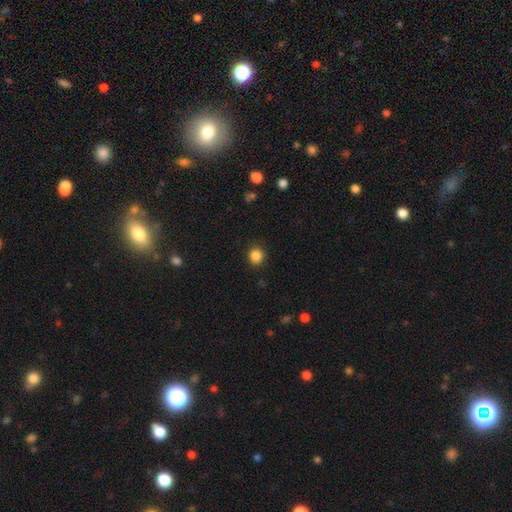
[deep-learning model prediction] Smooth or featured? smooth (86%)
How rounded? round (91%)
Merging? none (90%)